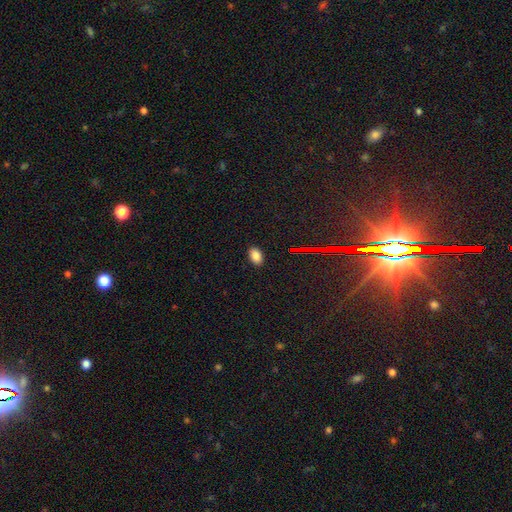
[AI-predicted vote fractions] Morphology: type=smooth (83%); roundness=in between (91%); merging=none (89%).